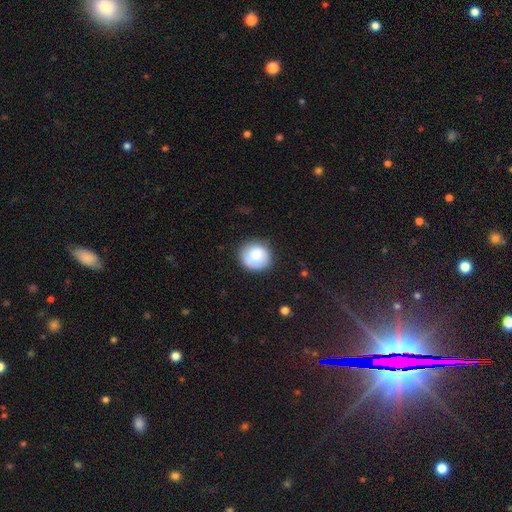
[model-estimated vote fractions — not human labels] Smooth or featured? Predicted: smooth (p=0.82). How rounded? Predicted: round (p=0.89). Merging? Predicted: none (p=0.76).